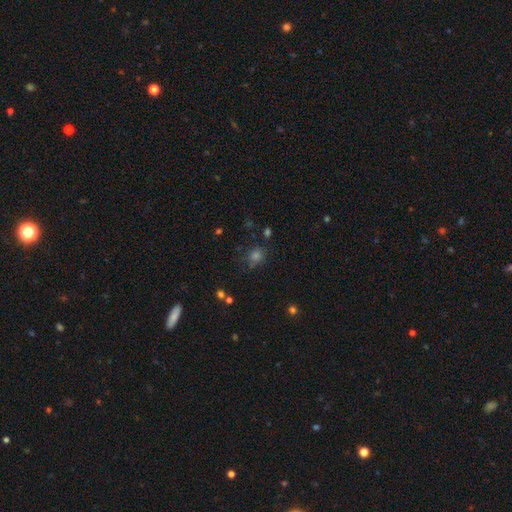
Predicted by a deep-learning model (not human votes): smooth-or-featured: smooth: 62% | star or artifact: 30% | featured or disk: 8%
  how-rounded: round: 82% | in between: 16% | cigar-shaped: 1%
  merging: none: 78% | minor disturbance: 13% | major disturbance: 5% | merger: 4%